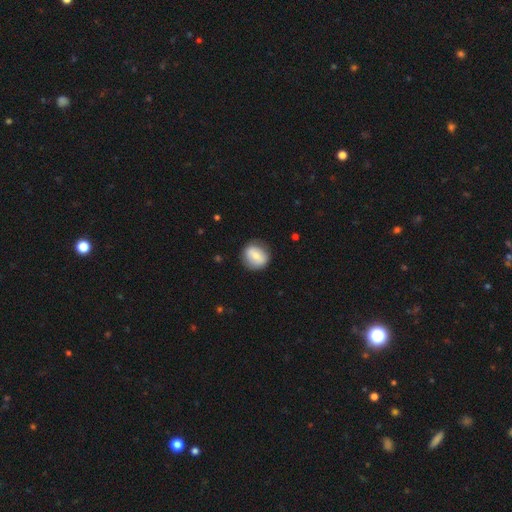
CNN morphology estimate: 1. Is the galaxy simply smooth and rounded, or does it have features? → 68% smooth, 25% featured or disk, 7% star or artifact.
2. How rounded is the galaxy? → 76% round, 23% in between, 1% cigar-shaped.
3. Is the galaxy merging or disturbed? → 81% none, 14% minor disturbance, 4% major disturbance, 1% merger.